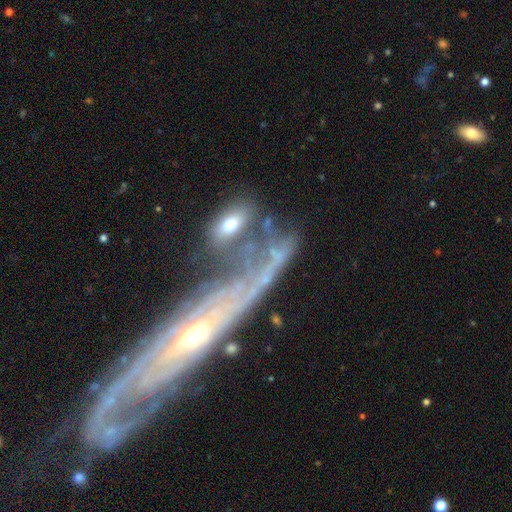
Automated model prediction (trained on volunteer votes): Smooth or featured: featured or disk — 75% (smooth — 16%)
Edge-on disk: no — 73% (yes — 27%)
Bar: no — 67% (weak — 21%)
Spiral arms: yes — 79% (no — 21%)
Bulge size: moderate — 47% (small — 44%)
Merging: none — 50% (merger — 20%)